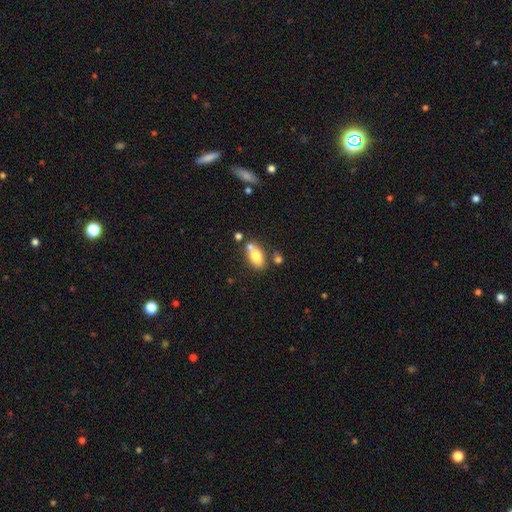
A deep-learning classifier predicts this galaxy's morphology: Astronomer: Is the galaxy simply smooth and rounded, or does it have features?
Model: smooth — 76%.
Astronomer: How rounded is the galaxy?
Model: in between — 85%.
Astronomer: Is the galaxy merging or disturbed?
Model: none — 54%.